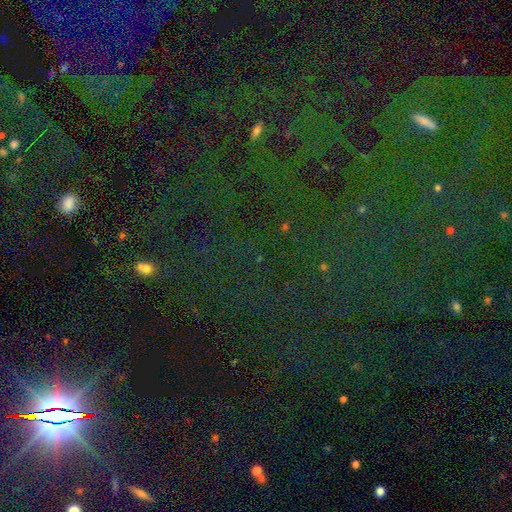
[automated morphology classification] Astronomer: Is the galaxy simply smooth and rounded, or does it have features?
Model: star or artifact — 83%.